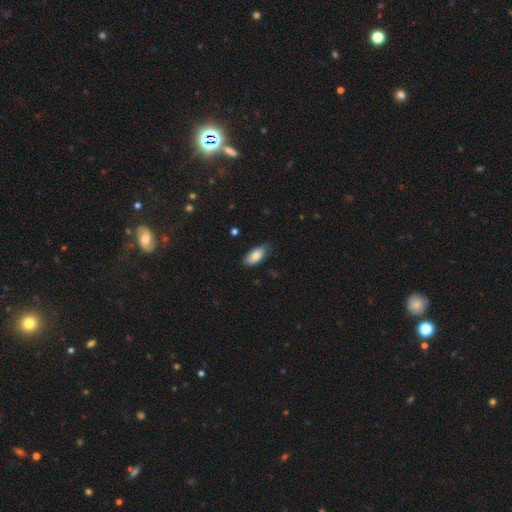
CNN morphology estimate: A smooth galaxy with no disk features (82%) that is in between round and cigar-shaped (90%). Merging: none (75%).